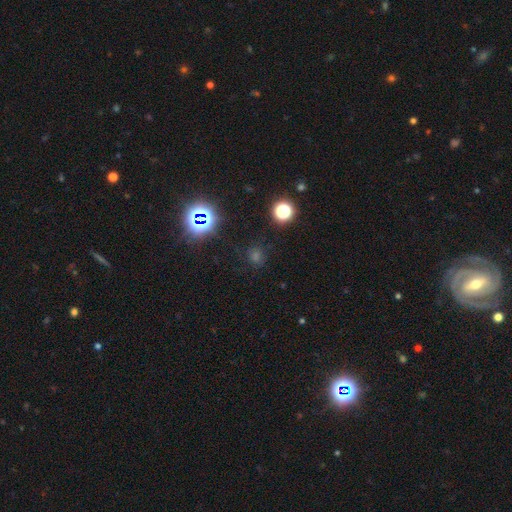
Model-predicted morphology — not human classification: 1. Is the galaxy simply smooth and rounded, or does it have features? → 51% star or artifact, 41% smooth, 7% featured or disk.